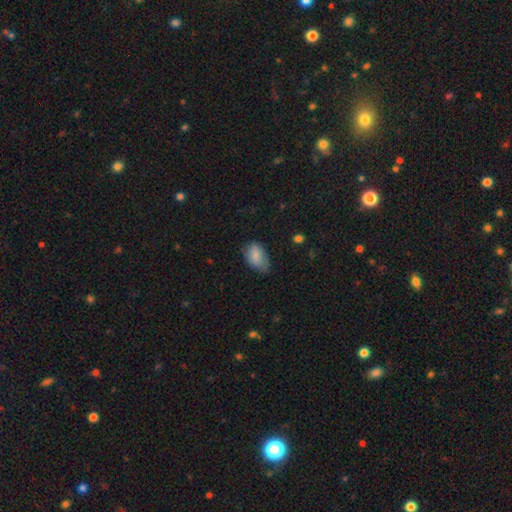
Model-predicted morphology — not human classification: This appears to be a smooth galaxy with no disk features (84%) that is in between round and cigar-shaped (92%). Merging: none (61%).